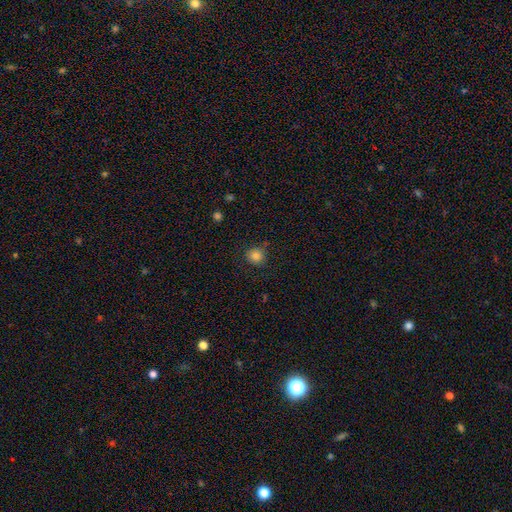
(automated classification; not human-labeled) Smooth or featured?
  - smooth: 84% *
  - star or artifact: 12%
  - featured or disk: 5%
How rounded?
  - round: 90% *
  - in between: 9%
  - cigar-shaped: 1%
Merging?
  - none: 86% *
  - minor disturbance: 10%
  - major disturbance: 3%
  - merger: 2%